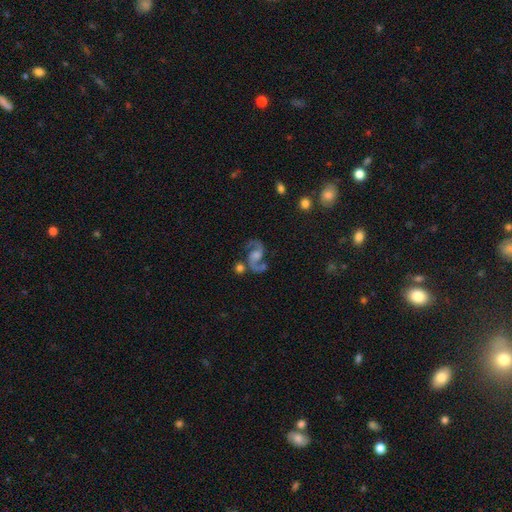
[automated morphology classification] This appears to be a featured or disk galaxy (89%) with no bar (47%), 2 (94%) medium (49%) spiral arms (97%) and a moderate central bulge (43%). Merging: none (71%).